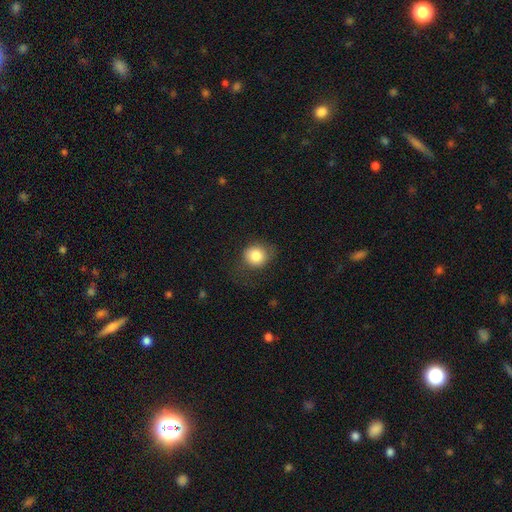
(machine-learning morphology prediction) A smooth galaxy with no disk features (83%) that is round (80%). Merging: none (63%).